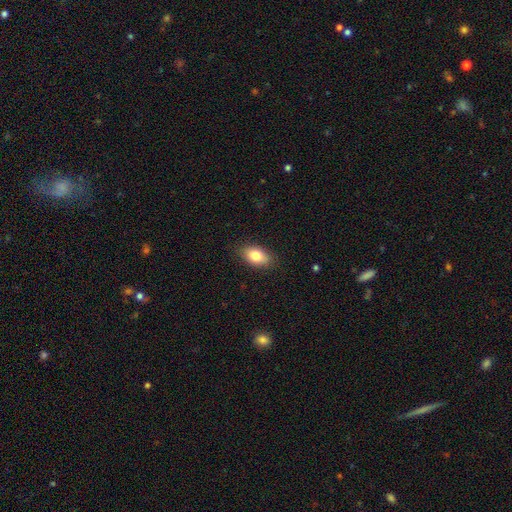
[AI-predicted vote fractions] A smooth galaxy with no disk features (80%) that is in between round and cigar-shaped (89%). Merging: none (86%).